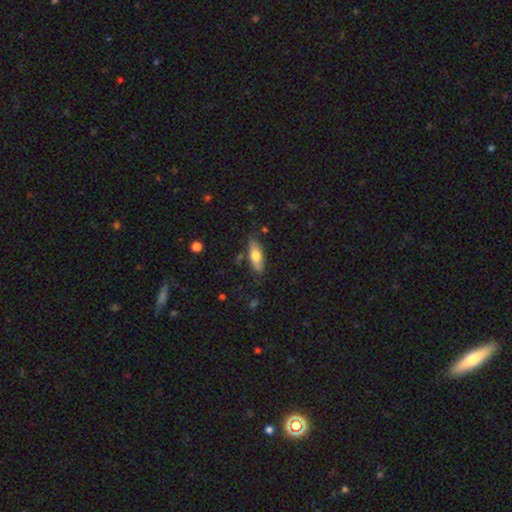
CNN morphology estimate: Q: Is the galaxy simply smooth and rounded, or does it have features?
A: smooth — 64%.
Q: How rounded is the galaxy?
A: in between — 58%.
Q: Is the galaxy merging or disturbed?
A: none — 77%.